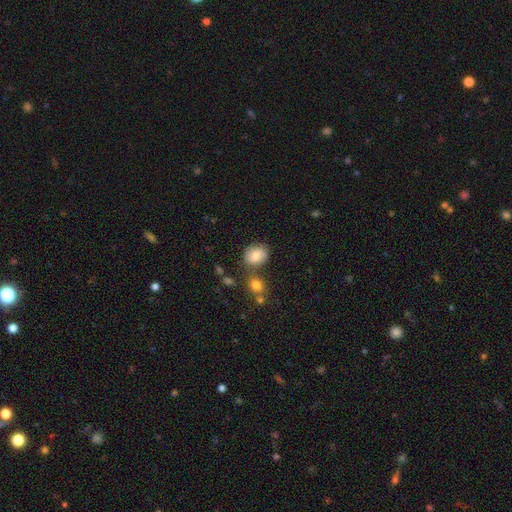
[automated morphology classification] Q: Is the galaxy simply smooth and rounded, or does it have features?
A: smooth — 77%.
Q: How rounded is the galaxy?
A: round — 59%.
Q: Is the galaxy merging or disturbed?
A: none — 70%.